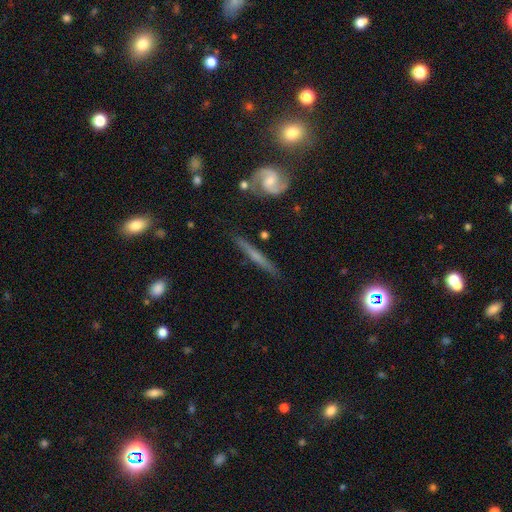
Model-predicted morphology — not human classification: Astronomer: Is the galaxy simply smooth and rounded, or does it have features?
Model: featured or disk — 67%.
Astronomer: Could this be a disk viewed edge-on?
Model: yes — 90%.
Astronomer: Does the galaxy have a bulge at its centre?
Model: none — 56% (runner-up: rounded, 36%).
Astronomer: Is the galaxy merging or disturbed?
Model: none — 85%.